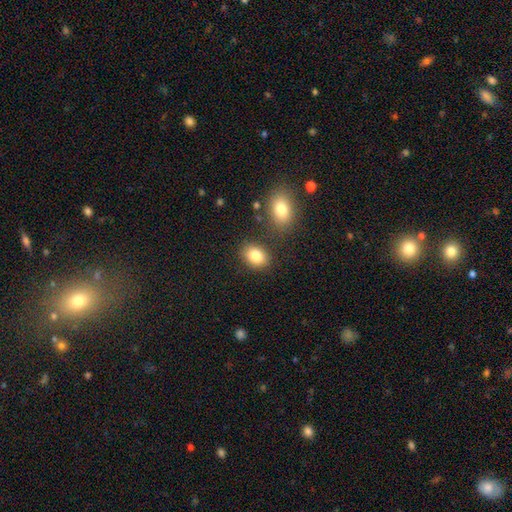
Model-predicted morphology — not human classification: This appears to be a smooth galaxy with no disk features (84%) that is in between round and cigar-shaped (68%). Merging: none (79%).